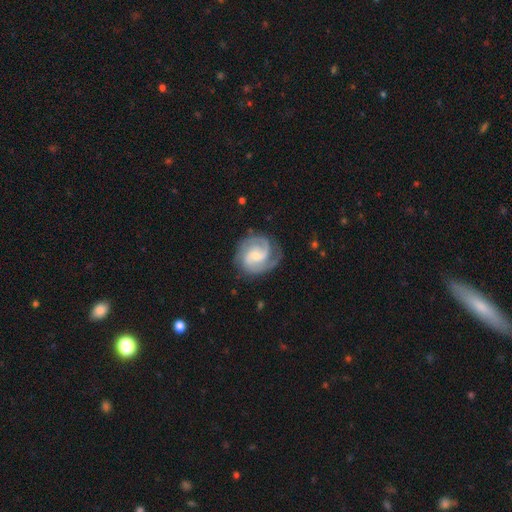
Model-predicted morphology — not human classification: Smooth or featured? Predicted: featured or disk (p=0.87). Edge-on disk? Predicted: no (p=0.98). Bar? Predicted: no (p=0.46). Spiral arms? Predicted: yes (p=0.98). Spiral winding? Predicted: medium (p=0.46). Spiral arm count? Predicted: 2 (p=0.63). Bulge size? Predicted: small (p=0.58). Merging? Predicted: none (p=0.75).